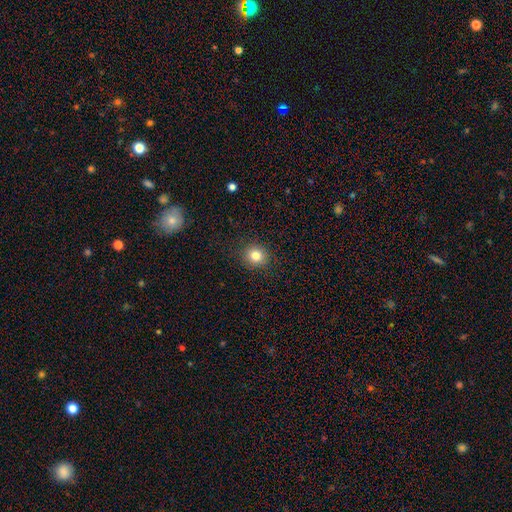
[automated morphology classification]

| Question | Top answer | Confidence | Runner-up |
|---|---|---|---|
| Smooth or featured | smooth | 82% | star or artifact (11%) |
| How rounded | round | 84% | in between (16%) |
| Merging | none | 90% | minor disturbance (7%) |